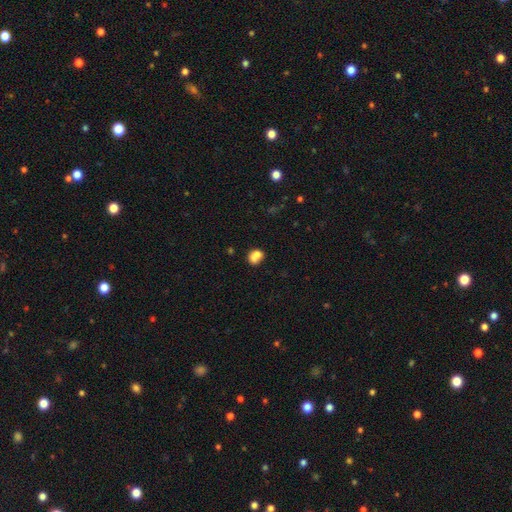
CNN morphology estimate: type=smooth (72%); roundness=round (57%); merging=merger (54%).